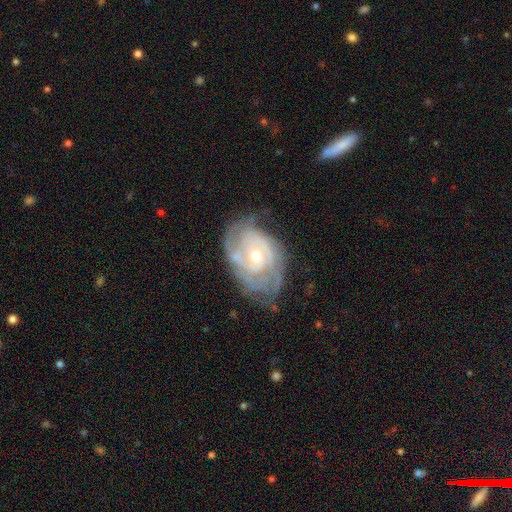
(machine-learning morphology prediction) This appears to be a featured or disk galaxy (86%) with no bar (67%), 2 (36%) tight (67%) spiral arms (94%) and a moderate central bulge (55%). Merging: none (60%).